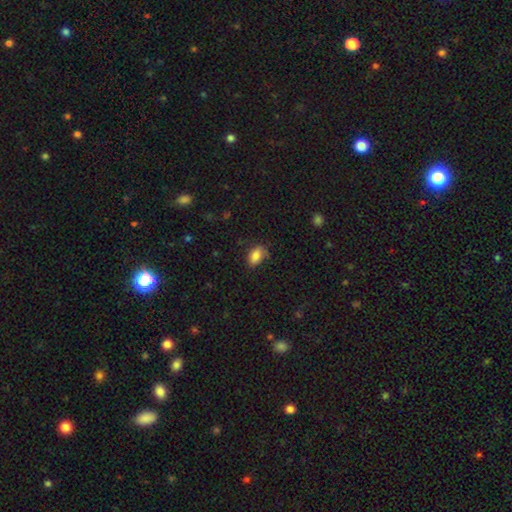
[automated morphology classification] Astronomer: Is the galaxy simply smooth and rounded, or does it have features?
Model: smooth — 84%.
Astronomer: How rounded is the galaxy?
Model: in between — 91%.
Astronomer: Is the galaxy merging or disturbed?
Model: none — 64%.